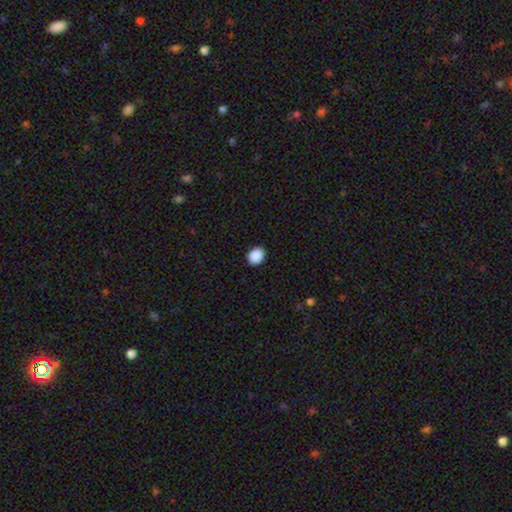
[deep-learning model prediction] Morphology: type=smooth (90%); roundness=round (53%); merging=none (91%).